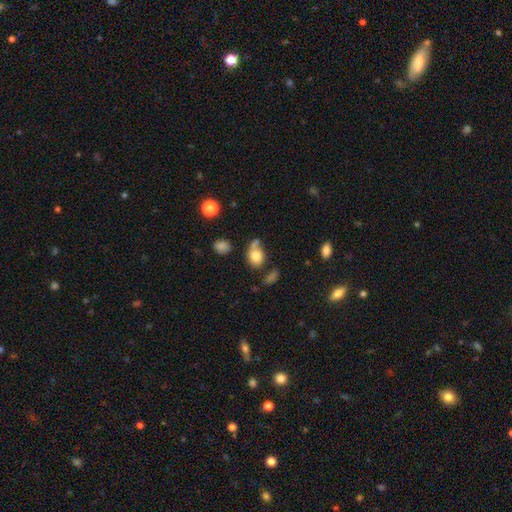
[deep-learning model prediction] A smooth galaxy with no disk features (80%) that is round (50%).

Vote fractions:
- Smooth or featured? smooth: 80% / star or artifact: 10% / featured or disk: 10%
- How rounded? round: 50% / in between: 49% / cigar-shaped: 1%
- Merging? none: 50% / merger: 23% / minor disturbance: 19% / major disturbance: 8%